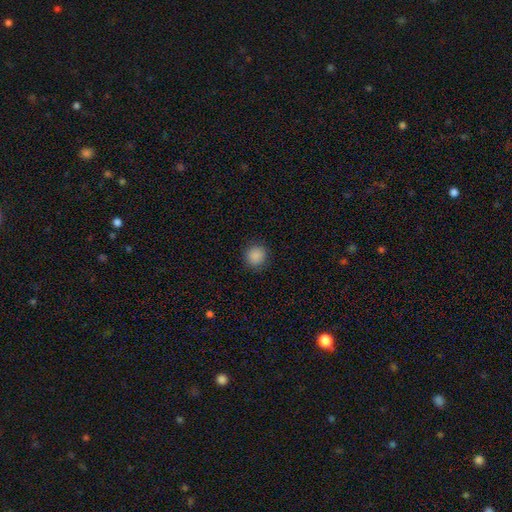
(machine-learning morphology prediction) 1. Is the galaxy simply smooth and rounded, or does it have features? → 88% smooth, 9% star or artifact, 3% featured or disk.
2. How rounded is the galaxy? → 90% round, 9% in between, 1% cigar-shaped.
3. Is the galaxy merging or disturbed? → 89% none, 7% minor disturbance, 3% major disturbance, 1% merger.